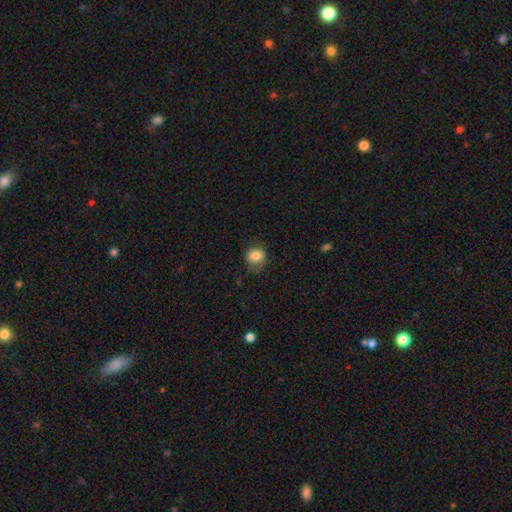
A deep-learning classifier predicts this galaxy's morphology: A smooth galaxy with no disk features (84%) that is round (58%).

Vote fractions:
- Smooth or featured? smooth: 84% / star or artifact: 9% / featured or disk: 7%
- How rounded? round: 58% / in between: 41% / cigar-shaped: 1%
- Merging? none: 68% / minor disturbance: 22% / major disturbance: 8% / merger: 1%